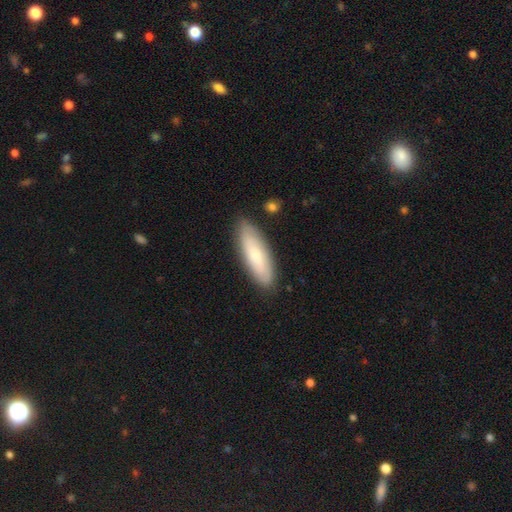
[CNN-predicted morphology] Smooth or featured? Predicted: smooth (p=0.71). How rounded? Predicted: in between (p=0.51). Merging? Predicted: none (p=0.85).